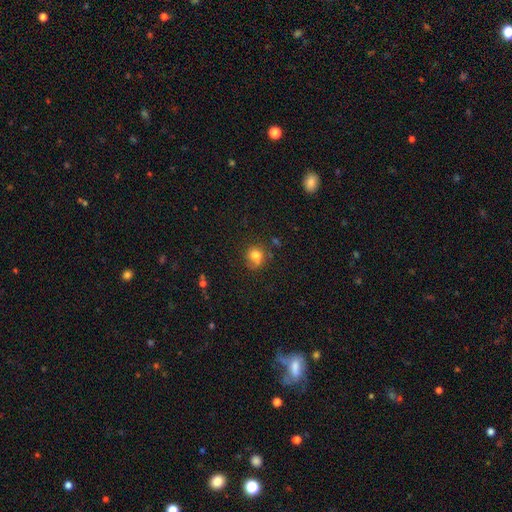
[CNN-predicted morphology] Smooth or featured: smooth — 77% (star or artifact — 12%)
How rounded: round — 77% (in between — 22%)
Merging: none — 62% (minor disturbance — 22%)